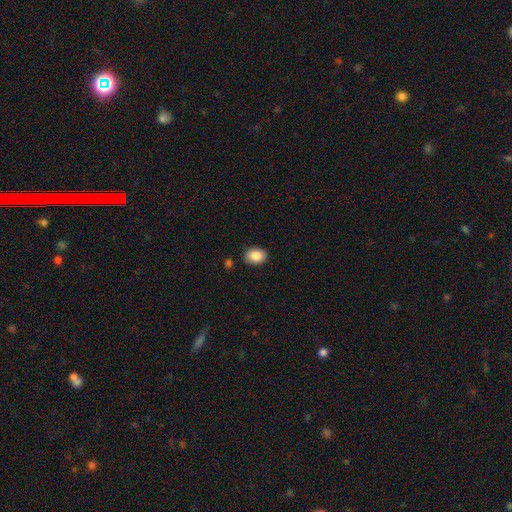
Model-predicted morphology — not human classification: Q: Smooth or featured?
A: smooth (88%); runner-up: star or artifact (7%)
Q: How rounded?
A: in between (75%); runner-up: round (24%)
Q: Merging?
A: none (88%); runner-up: minor disturbance (8%)